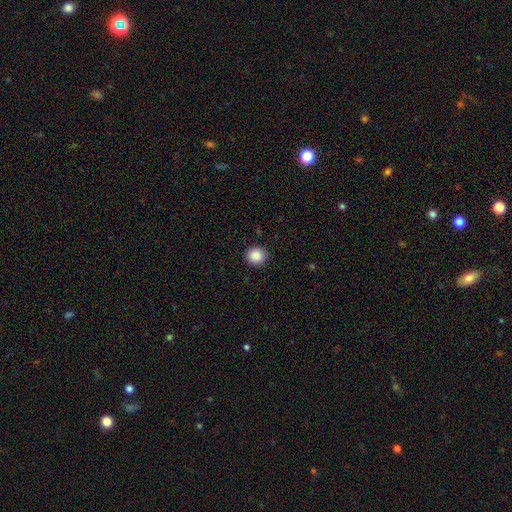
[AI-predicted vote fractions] smooth 88%, star or artifact 9%, featured or disk 3%. Down the decision tree: how rounded — round (87%); merging — none (91%).